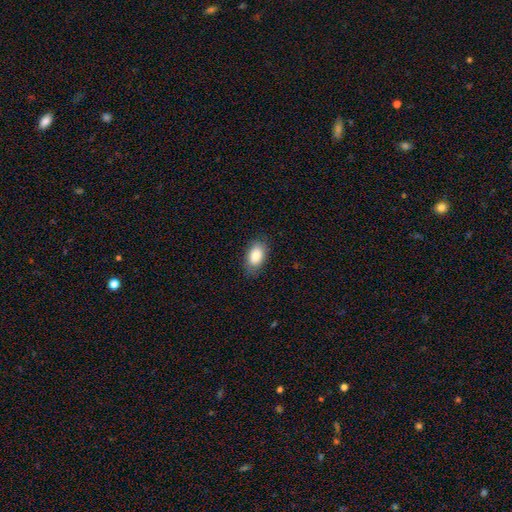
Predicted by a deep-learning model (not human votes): A smooth galaxy with no disk features (85%) that is in between round and cigar-shaped (92%).

Vote fractions:
- Smooth or featured? smooth: 85% / featured or disk: 8% / star or artifact: 7%
- How rounded? in between: 92% / round: 6% / cigar-shaped: 2%
- Merging? none: 82% / minor disturbance: 13% / major disturbance: 3% / merger: 1%